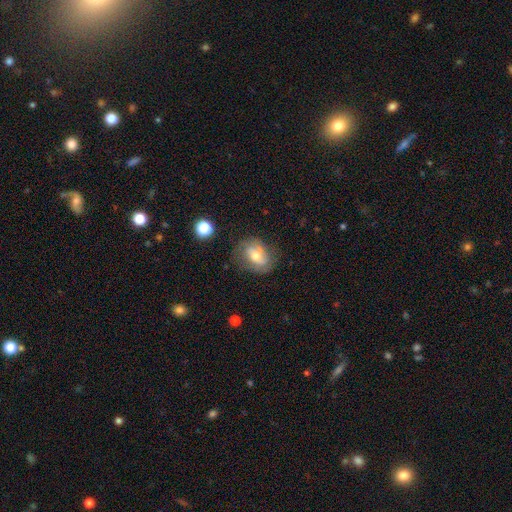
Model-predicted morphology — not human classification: Overall: featured or disk (48%; smooth 42%). Merging: none (66%).